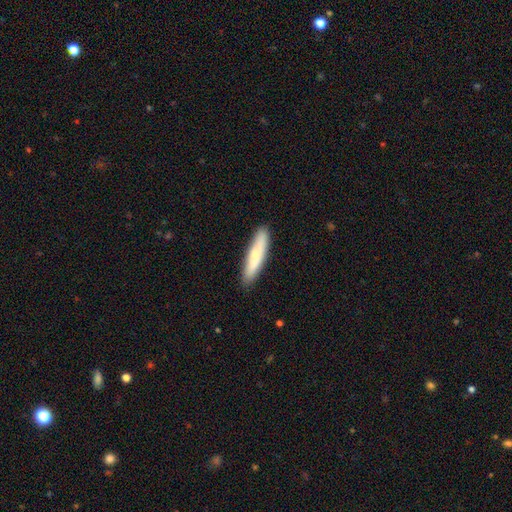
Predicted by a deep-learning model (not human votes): The model was most divided on "smooth or featured": smooth: 73%, featured or disk: 22%, star or artifact: 6%. More confident: merging — none (88%); how rounded — cigar-shaped (84%).